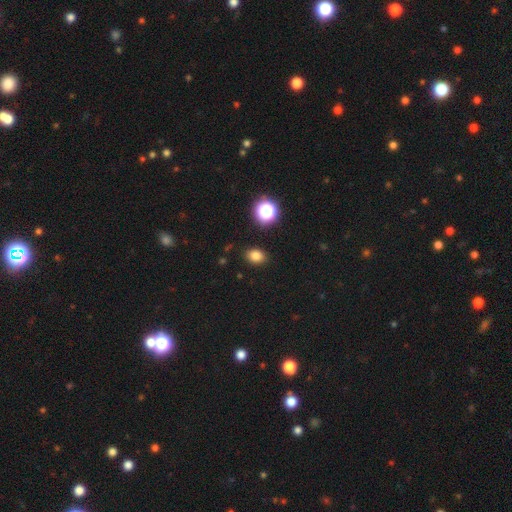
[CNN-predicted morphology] Q: Smooth or featured?
A: smooth (80%); runner-up: star or artifact (15%)
Q: How rounded?
A: in between (62%); runner-up: round (37%)
Q: Merging?
A: none (88%); runner-up: minor disturbance (8%)